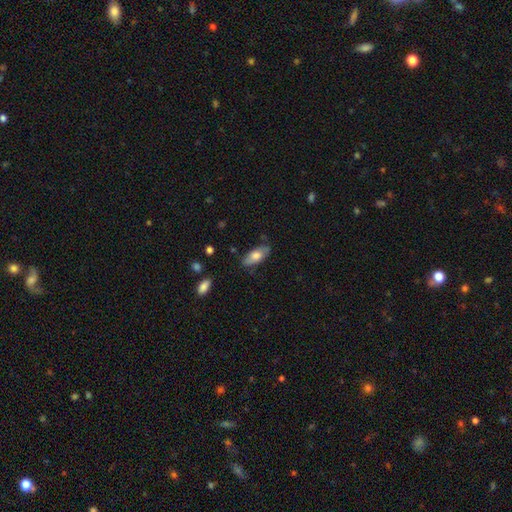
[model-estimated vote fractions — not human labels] This appears to be a smooth galaxy with no disk features (70%) that is in between round and cigar-shaped (82%). Merging: none (80%).